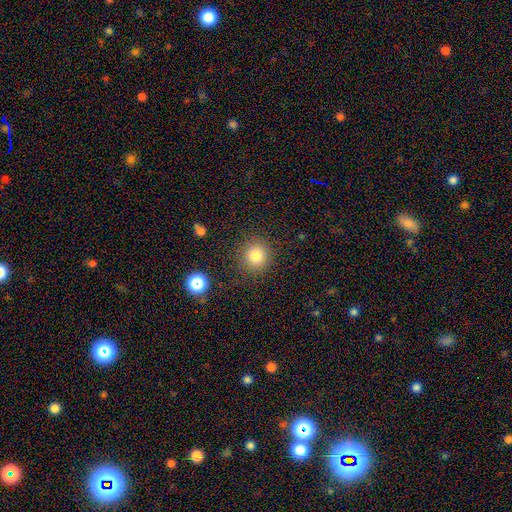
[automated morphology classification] Smooth or featured? Predicted: smooth (p=0.81). How rounded? Predicted: round (p=0.90). Merging? Predicted: none (p=0.88).